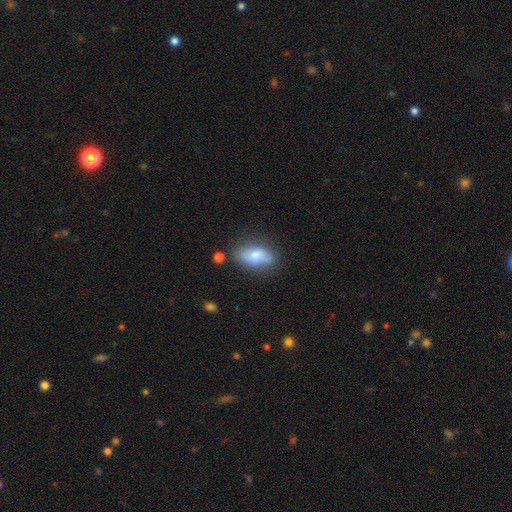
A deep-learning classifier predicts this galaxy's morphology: Smooth or featured? Predicted: smooth (p=0.74). How rounded? Predicted: in between (p=0.89). Merging? Predicted: none (p=0.68).